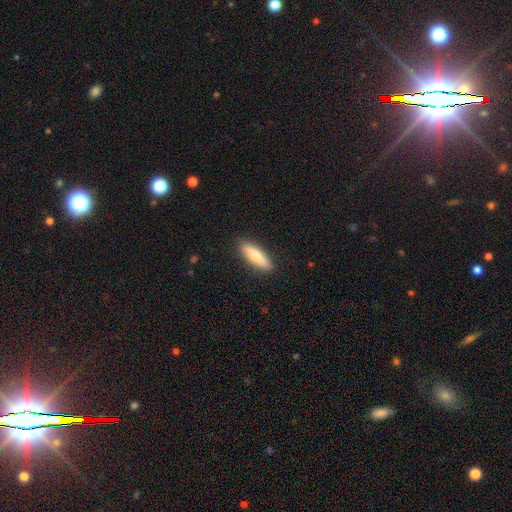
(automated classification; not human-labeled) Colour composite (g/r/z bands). It shows a smooth galaxy with no disk features (75%) that is cigar-shaped (67%). Merging: none (89%).